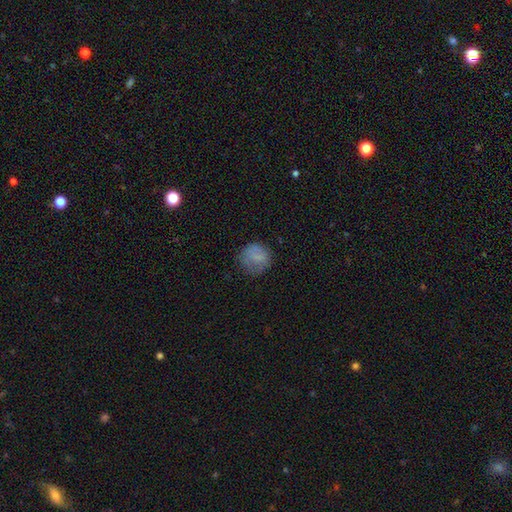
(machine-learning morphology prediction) smooth 76%, featured or disk 13%, star or artifact 11%. Down the decision tree: how rounded — round (84%); merging — none (68%).